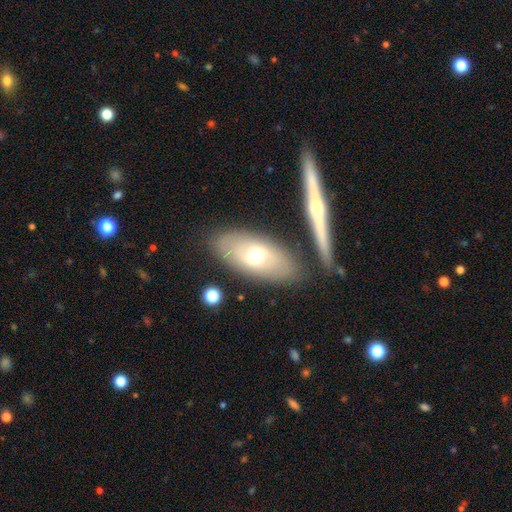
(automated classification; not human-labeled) Smooth or featured?
  - smooth: 52% *
  - featured or disk: 42%
  - star or artifact: 6%
How rounded?
  - in between: 83% *
  - cigar-shaped: 13%
  - round: 4%
Merging?
  - none: 75% *
  - minor disturbance: 13%
  - merger: 8%
  - major disturbance: 4%